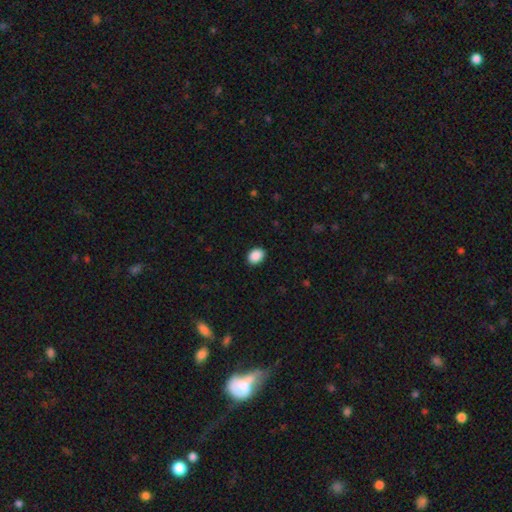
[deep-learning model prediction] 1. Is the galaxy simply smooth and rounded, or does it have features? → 90% smooth, 8% star or artifact, 2% featured or disk.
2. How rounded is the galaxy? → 67% in between, 32% round, 1% cigar-shaped.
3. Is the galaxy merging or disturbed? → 90% none, 8% minor disturbance, 2% major disturbance, 1% merger.